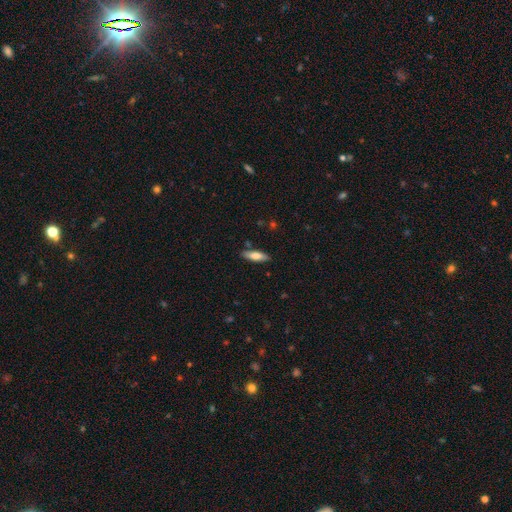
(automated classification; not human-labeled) Smooth or featured?
  - smooth: 72% *
  - featured or disk: 21%
  - star or artifact: 6%
How rounded?
  - in between: 50% *
  - cigar-shaped: 48%
  - round: 2%
Merging?
  - none: 83% *
  - minor disturbance: 12%
  - merger: 3%
  - major disturbance: 2%